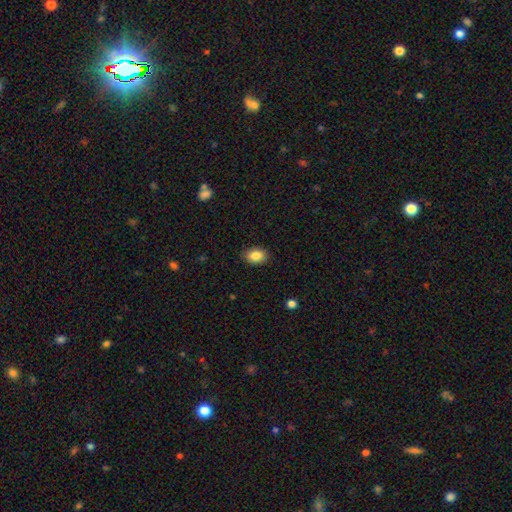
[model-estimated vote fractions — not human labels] A smooth galaxy with no disk features (86%) that is in between round and cigar-shaped (82%).

Vote fractions:
- Smooth or featured? smooth: 86% / star or artifact: 8% / featured or disk: 6%
- How rounded? in between: 82% / round: 17% / cigar-shaped: 1%
- Merging? none: 88% / minor disturbance: 9% / major disturbance: 2% / merger: 1%